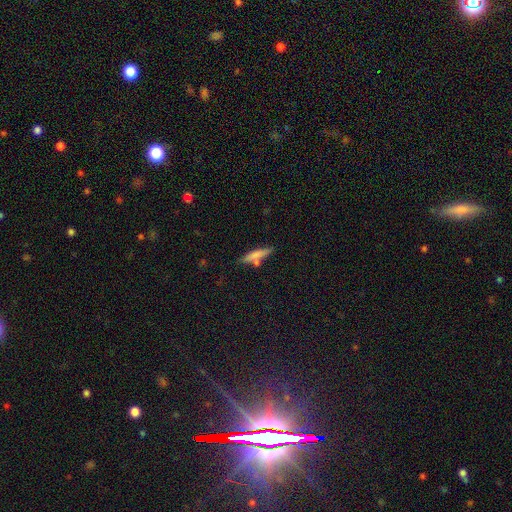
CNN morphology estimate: A smooth galaxy with no disk features (72%) that is cigar-shaped (83%). Merging: none (72%).